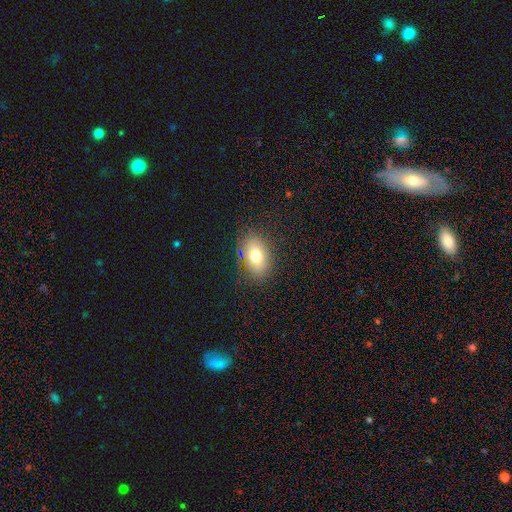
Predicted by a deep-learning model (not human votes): Morphology: type=smooth (73%); roundness=in between (79%); merging=none (81%).